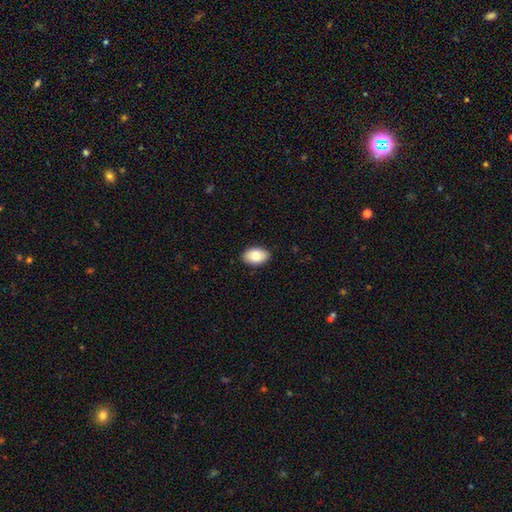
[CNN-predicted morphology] smooth-or-featured: smooth: 82% | featured or disk: 11% | star or artifact: 7%
  how-rounded: in between: 90% | round: 8% | cigar-shaped: 1%
  merging: none: 89% | minor disturbance: 8% | major disturbance: 2% | merger: 1%